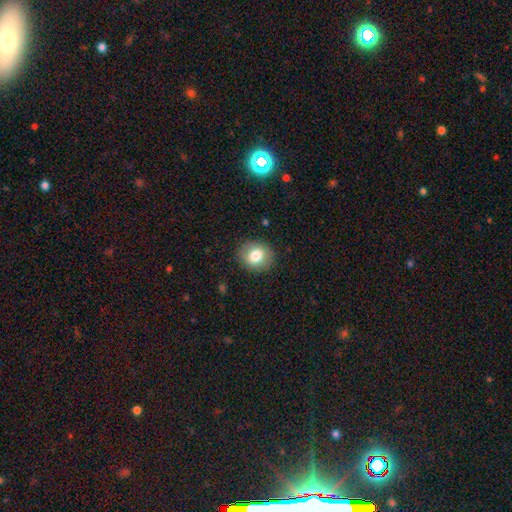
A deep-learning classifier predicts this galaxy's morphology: This is likely a smooth galaxy (77%). How rounded: likely round (72%). Merging: clearly none (87%).